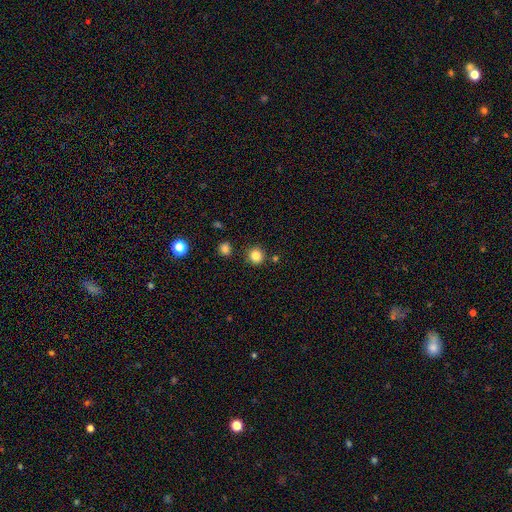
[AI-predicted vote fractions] smooth 84%, star or artifact 12%, featured or disk 4%. Down the decision tree: how rounded — round (91%); merging — none (87%).